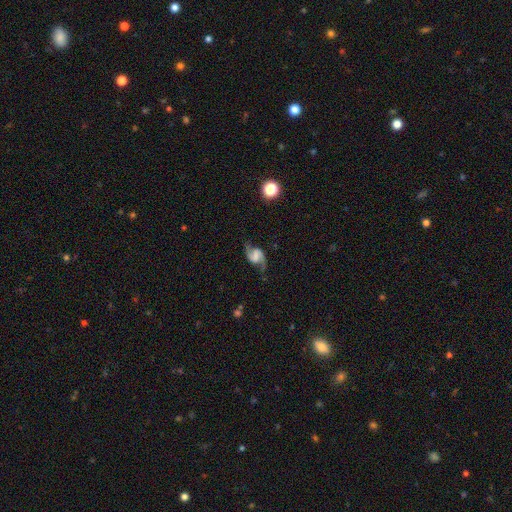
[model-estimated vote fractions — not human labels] featured or disk 87%, smooth 7%, star or artifact 6%. Down the decision tree: edge-on disk — no (98%); bar — weak (47%); spiral arms — yes (97%); spiral arm count — 2 (94%); spiral winding — loose (52%); bulge size — none (50%); merging — none (78%).